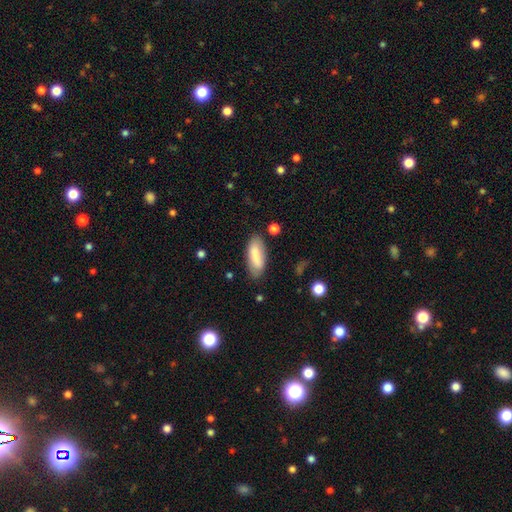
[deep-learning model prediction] smooth_or_featured: smooth (p=0.81) [alt: featured or disk p=0.13]
how_rounded: in between (p=0.73) [alt: cigar-shaped p=0.25]
merging: none (p=0.78) [alt: minor disturbance p=0.16]